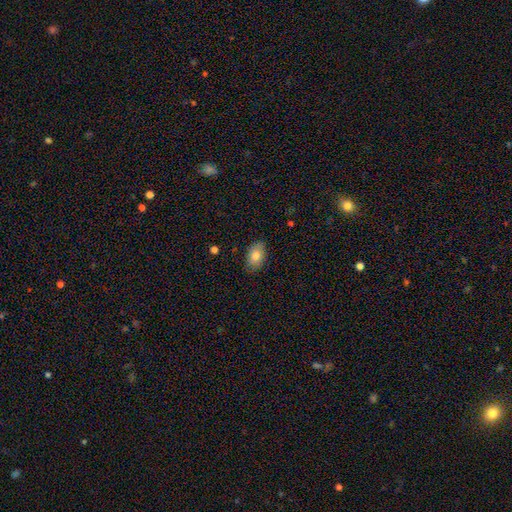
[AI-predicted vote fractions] The model was most divided on "smooth or featured": smooth: 80%, featured or disk: 12%, star or artifact: 7%. More confident: how rounded — in between (89%); merging — none (84%).